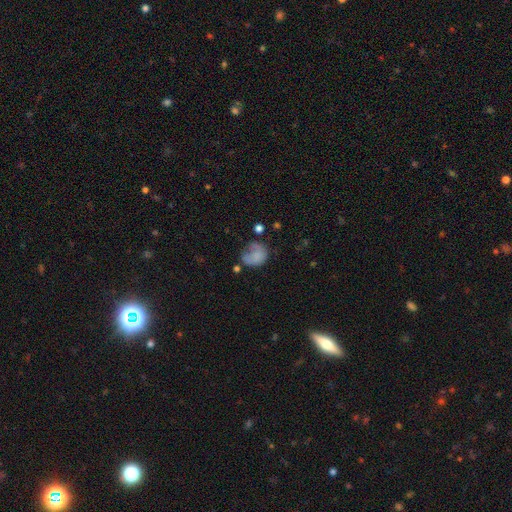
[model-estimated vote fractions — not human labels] The model was most divided on "merging": none: 34%, major disturbance: 32%, minor disturbance: 27%, merger: 7%. More confident: smooth or featured — smooth (68%); how rounded — round (58%).